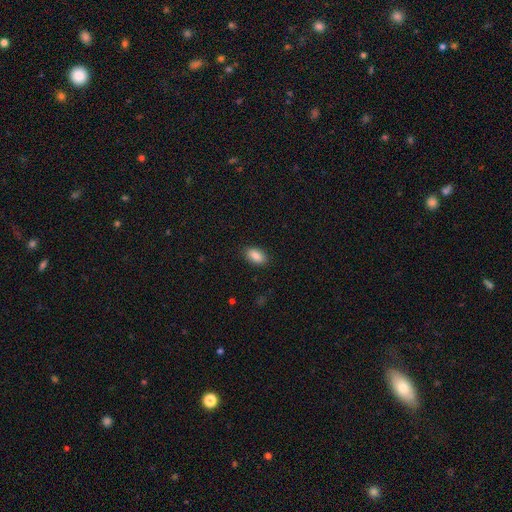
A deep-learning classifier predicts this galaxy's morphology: smooth_or_featured: smooth (p=0.88) [alt: star or artifact p=0.07]
how_rounded: in between (p=0.92) [alt: round p=0.05]
merging: none (p=0.88) [alt: minor disturbance p=0.08]